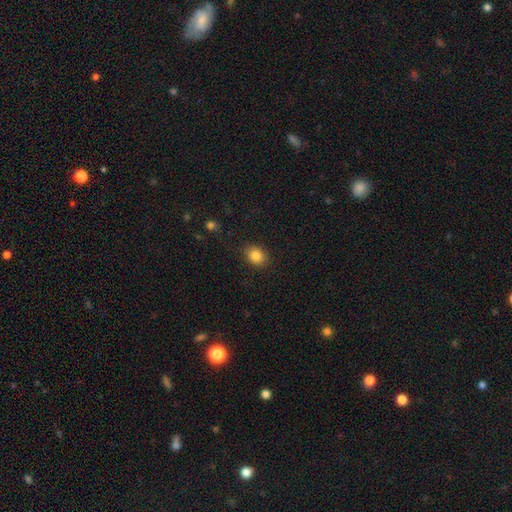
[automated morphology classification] Smooth or featured: smooth — 85% (star or artifact — 10%)
How rounded: in between — 56% (round — 43%)
Merging: none — 86% (minor disturbance — 10%)